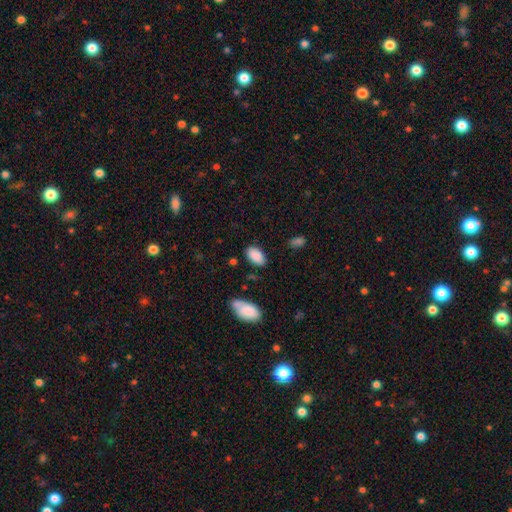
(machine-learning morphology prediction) Smooth or featured? smooth (88%)
How rounded? in between (94%)
Merging? none (78%)